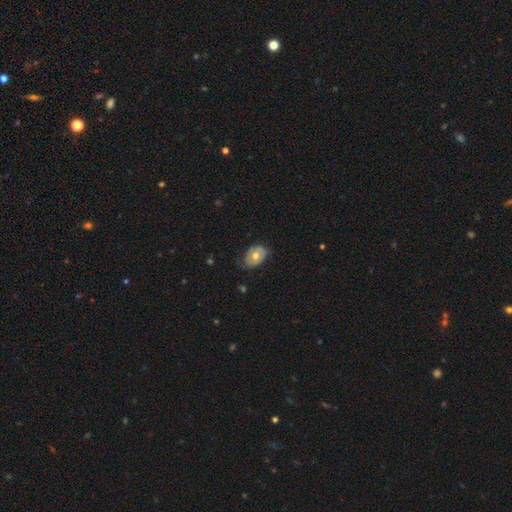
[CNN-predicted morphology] smooth-or-featured: smooth: 50% | featured or disk: 44% | star or artifact: 6%
  merging: none: 57% | minor disturbance: 33% | major disturbance: 9% | merger: 1%